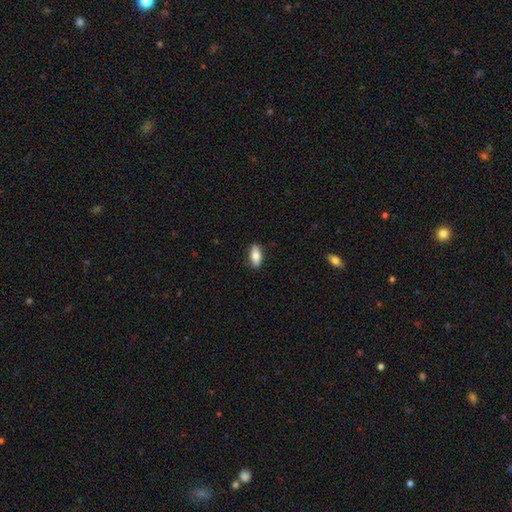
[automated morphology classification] type=smooth (78%); roundness=in between (85%); merging=none (87%).